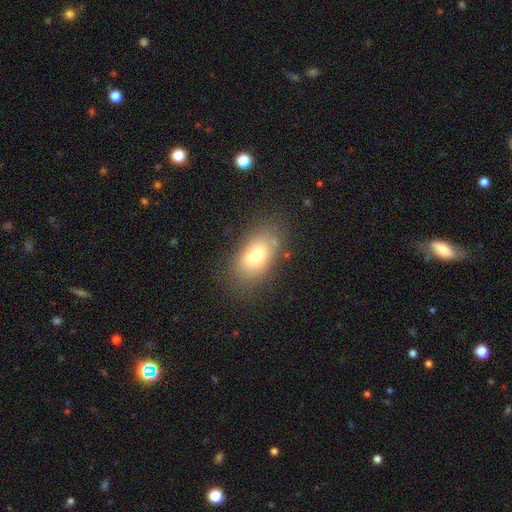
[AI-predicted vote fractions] A smooth galaxy with no disk features (74%) that is in between round and cigar-shaped (89%).

Vote fractions:
- Smooth or featured? smooth: 74% / featured or disk: 16% / star or artifact: 10%
- How rounded? in between: 89% / round: 8% / cigar-shaped: 3%
- Merging? none: 75% / minor disturbance: 15% / major disturbance: 6% / merger: 4%